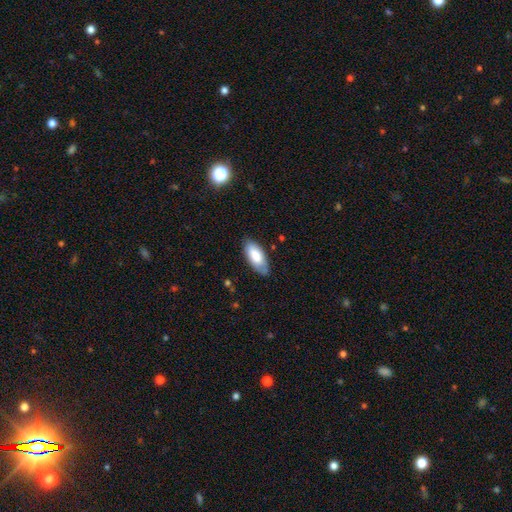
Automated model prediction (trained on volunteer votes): Smooth or featured?
  - smooth: 78% *
  - featured or disk: 16%
  - star or artifact: 6%
How rounded?
  - in between: 88% *
  - cigar-shaped: 11%
  - round: 2%
Merging?
  - none: 78% *
  - minor disturbance: 17%
  - major disturbance: 3%
  - merger: 1%